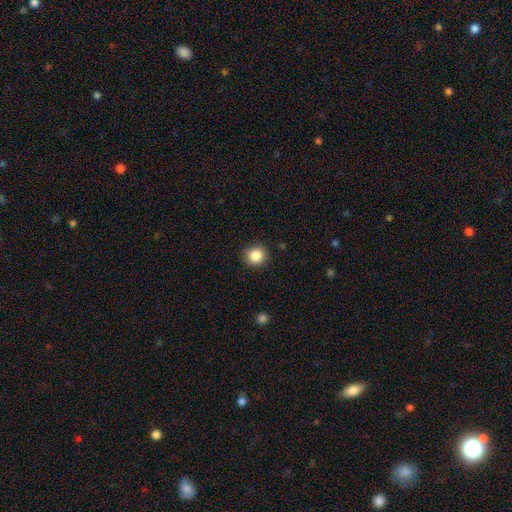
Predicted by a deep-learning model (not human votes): smooth_or_featured: smooth (p=0.86) [alt: star or artifact p=0.10]
how_rounded: round (p=0.90) [alt: in between p=0.09]
merging: none (p=0.90) [alt: minor disturbance p=0.07]